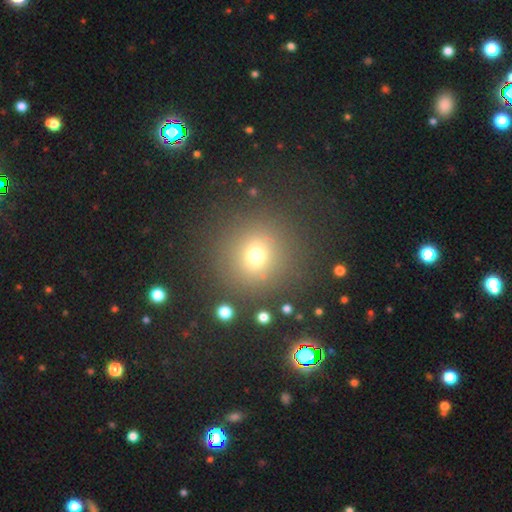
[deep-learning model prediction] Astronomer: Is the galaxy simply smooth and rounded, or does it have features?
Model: smooth — 70%.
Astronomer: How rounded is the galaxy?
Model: round — 91%.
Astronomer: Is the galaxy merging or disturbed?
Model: none — 85%.